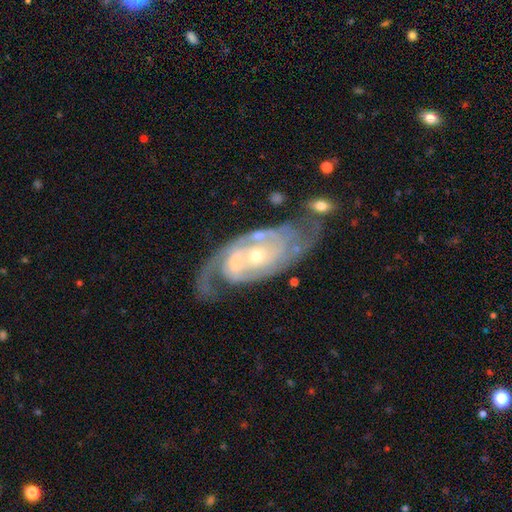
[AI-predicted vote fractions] Smooth or featured: featured or disk — 89% (smooth — 6%)
Edge-on disk: no — 95% (yes — 5%)
Bar: no — 61% (weak — 29%)
Spiral arms: yes — 96% (no — 4%)
Spiral winding: tight — 55% (medium — 35%)
Spiral arm count: 2 — 60% (can't tell — 17%)
Bulge size: small — 48% (moderate — 47%)
Merging: none — 49% (minor disturbance — 18%)